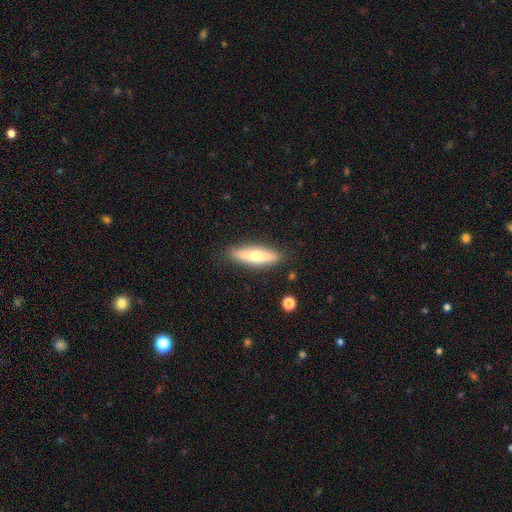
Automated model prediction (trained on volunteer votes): smooth_or_featured: smooth (p=0.55) [alt: featured or disk p=0.39]
how_rounded: cigar-shaped (p=0.69) [alt: in between p=0.29]
merging: none (p=0.88) [alt: minor disturbance p=0.09]